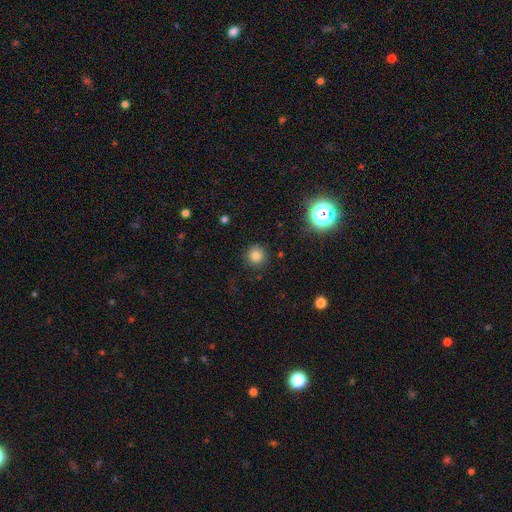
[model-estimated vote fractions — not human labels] Smooth or featured? Predicted: smooth (p=0.80). How rounded? Predicted: round (p=0.93). Merging? Predicted: none (p=0.89).